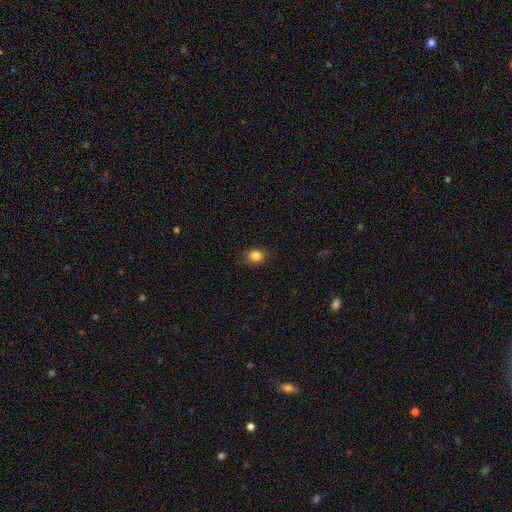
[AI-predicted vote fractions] smooth_or_featured: smooth (p=0.85) [alt: star or artifact p=0.10]
how_rounded: round (p=0.57) [alt: in between p=0.42]
merging: none (p=0.81) [alt: minor disturbance p=0.15]